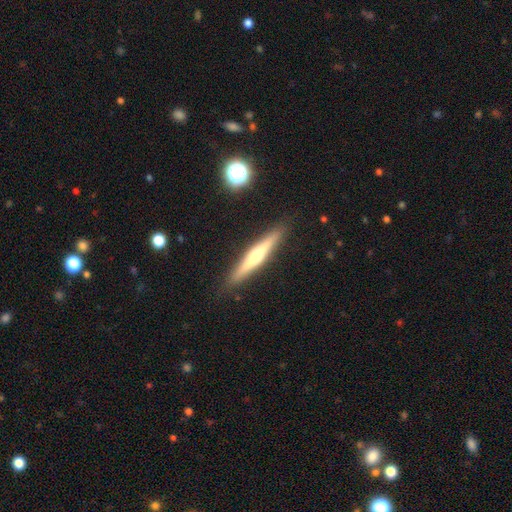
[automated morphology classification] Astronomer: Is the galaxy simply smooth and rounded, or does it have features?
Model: featured or disk — 55% (runner-up: smooth, 39%).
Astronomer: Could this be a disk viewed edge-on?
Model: yes — 96%.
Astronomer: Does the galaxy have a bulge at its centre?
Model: rounded — 75%.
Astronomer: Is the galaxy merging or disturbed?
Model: none — 90%.